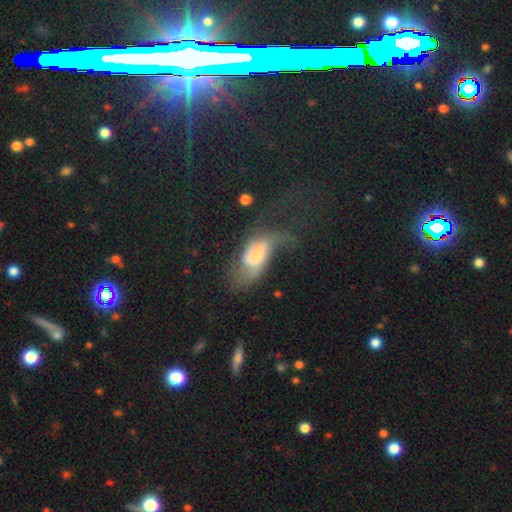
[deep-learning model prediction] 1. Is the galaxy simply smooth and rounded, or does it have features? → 57% featured or disk, 34% smooth, 9% star or artifact.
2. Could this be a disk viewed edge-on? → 93% no, 7% yes.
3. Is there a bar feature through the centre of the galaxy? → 42% weak, 38% no, 19% strong.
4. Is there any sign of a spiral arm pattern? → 79% yes, 21% no.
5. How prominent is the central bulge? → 31% moderate, 25% large, 23% small, 16% none, 6% dominant.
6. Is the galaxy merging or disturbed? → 47% major disturbance, 26% none, 21% minor disturbance, 6% merger.